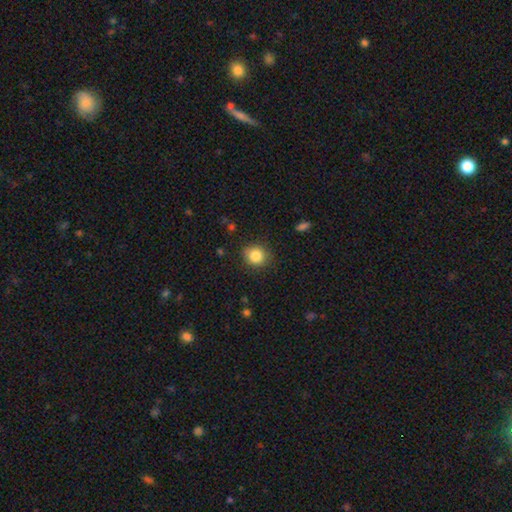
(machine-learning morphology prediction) Smooth or featured?
  - smooth: 85% *
  - star or artifact: 10%
  - featured or disk: 6%
How rounded?
  - round: 83% *
  - in between: 16%
  - cigar-shaped: 1%
Merging?
  - none: 85% *
  - minor disturbance: 11%
  - major disturbance: 3%
  - merger: 1%